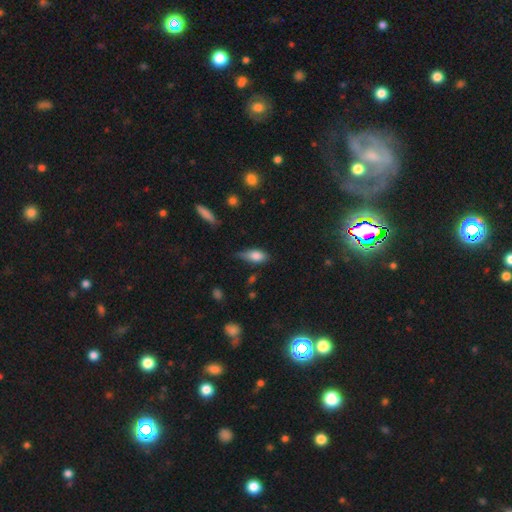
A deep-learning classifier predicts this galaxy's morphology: This appears to be a smooth galaxy with no disk features (79%) that is in between round and cigar-shaped (84%). Merging: none (48%).